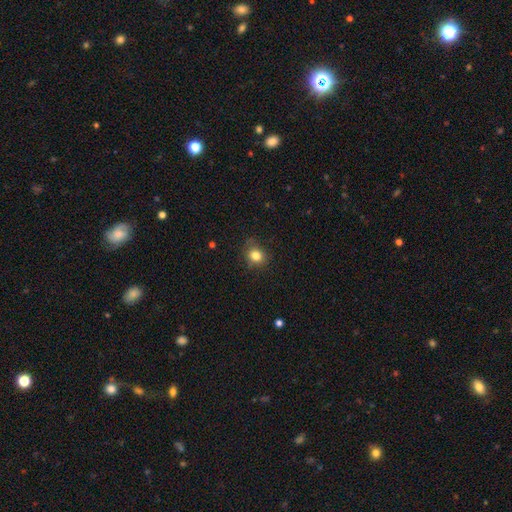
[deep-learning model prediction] A smooth galaxy with no disk features (82%) that is round (74%). Merging: none (81%).